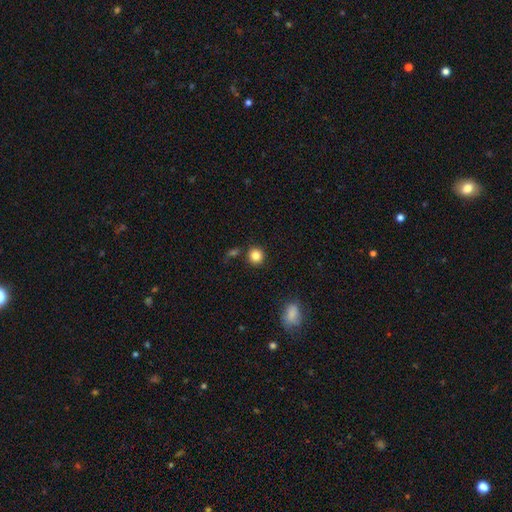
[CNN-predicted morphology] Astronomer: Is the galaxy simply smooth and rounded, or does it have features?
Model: smooth — 84%.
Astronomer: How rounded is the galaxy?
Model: round — 91%.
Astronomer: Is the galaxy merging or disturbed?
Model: none — 84%.